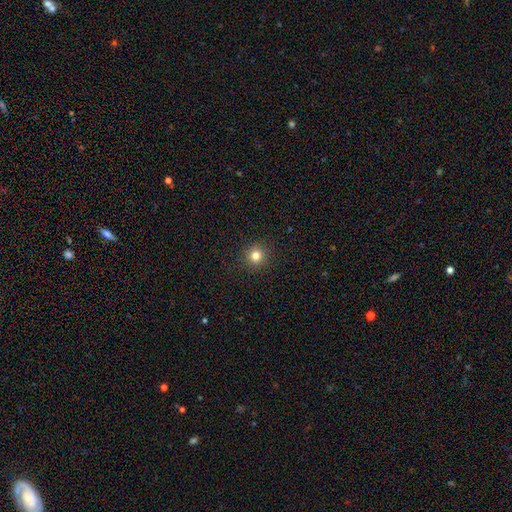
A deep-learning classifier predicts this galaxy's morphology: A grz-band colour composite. It shows a smooth galaxy with no disk features (80%) that is round (94%). Merging: none (92%).